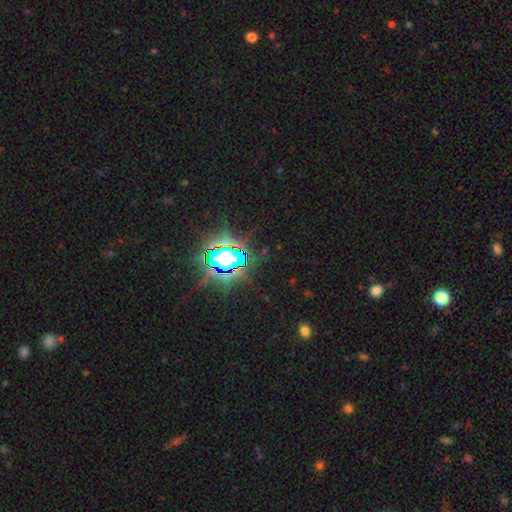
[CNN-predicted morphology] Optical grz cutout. It shows a star or artifact, not a galaxy (79%).